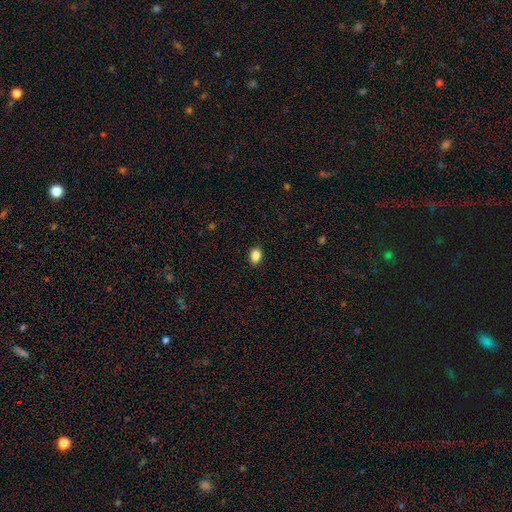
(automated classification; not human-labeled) Overall: smooth (87%). How rounded: in between (75%). Merging: none (90%).